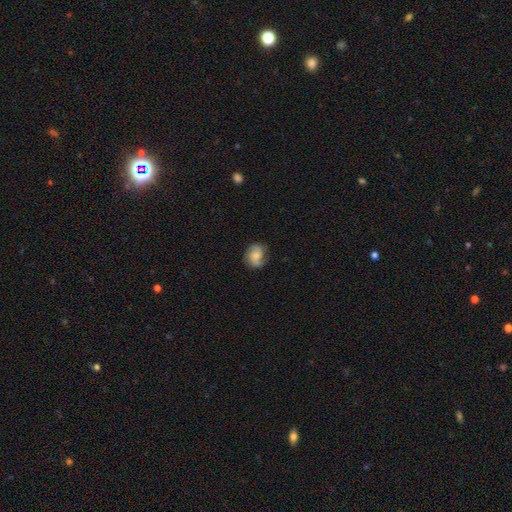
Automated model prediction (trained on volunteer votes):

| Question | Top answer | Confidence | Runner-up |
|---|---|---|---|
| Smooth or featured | featured or disk | 54% | smooth (38%) |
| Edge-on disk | no | 97% | yes (3%) |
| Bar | no | 66% | weak (29%) |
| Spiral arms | yes | 91% | no (9%) |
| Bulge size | moderate | 44% | small (42%) |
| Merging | none | 74% | minor disturbance (19%) |